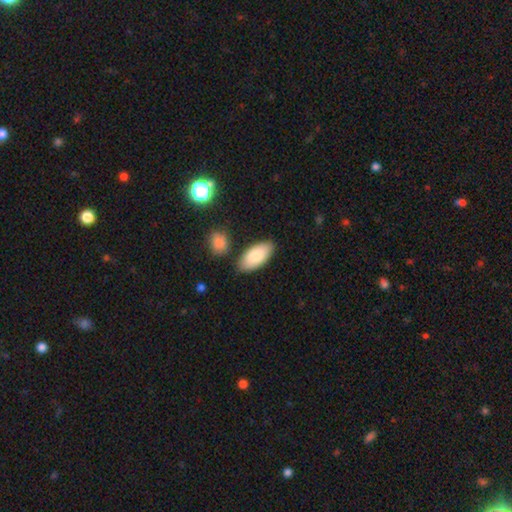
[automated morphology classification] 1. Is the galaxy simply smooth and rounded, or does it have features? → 84% smooth, 10% featured or disk, 6% star or artifact.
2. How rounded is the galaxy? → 92% in between, 6% cigar-shaped, 2% round.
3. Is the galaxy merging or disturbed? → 80% none, 12% minor disturbance, 6% merger, 3% major disturbance.